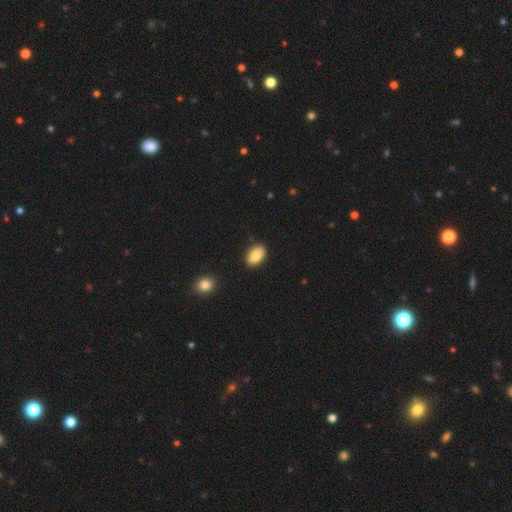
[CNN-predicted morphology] Overall: smooth (84%). How rounded: in between (89%). Merging: none (88%).